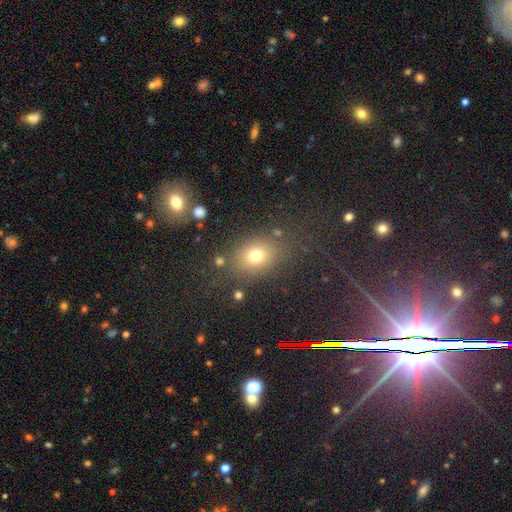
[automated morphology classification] The model was most divided on "how rounded": in between: 54%, round: 44%, cigar-shaped: 2%. More confident: merging — none (77%); smooth or featured — smooth (74%).